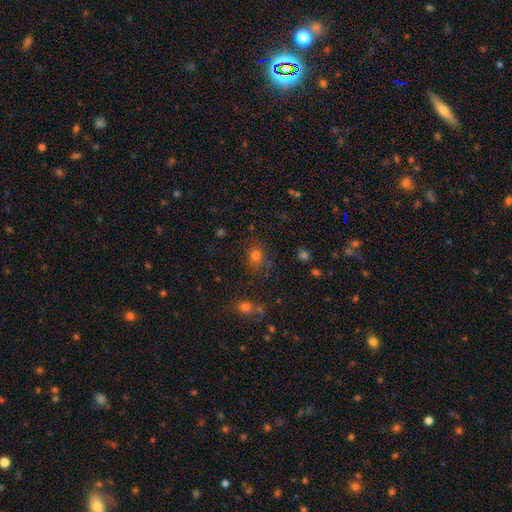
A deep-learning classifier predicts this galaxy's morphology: type=smooth (75%); roundness=round (70%); merging=none (74%).